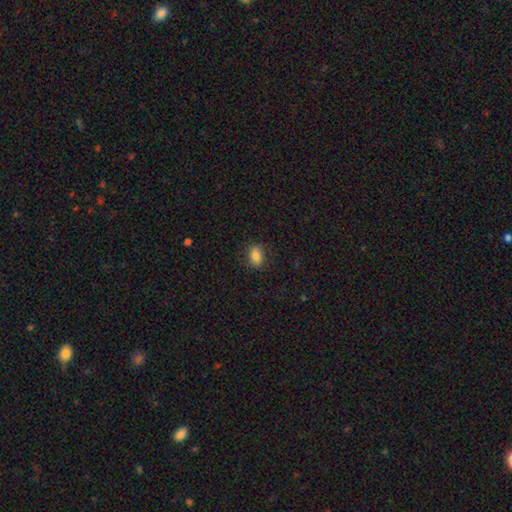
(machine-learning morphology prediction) This appears to be a smooth galaxy with no disk features (83%) that is in between round and cigar-shaped (79%). Merging: none (84%).